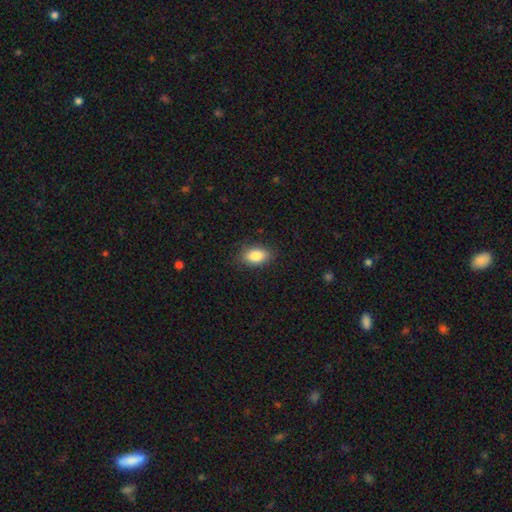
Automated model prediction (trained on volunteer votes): Smooth or featured?
  - smooth: 86% *
  - star or artifact: 8%
  - featured or disk: 7%
How rounded?
  - in between: 87% *
  - round: 10%
  - cigar-shaped: 2%
Merging?
  - none: 85% *
  - minor disturbance: 11%
  - major disturbance: 3%
  - merger: 1%